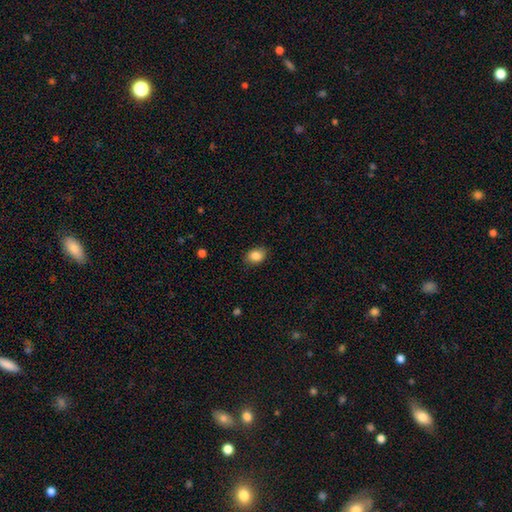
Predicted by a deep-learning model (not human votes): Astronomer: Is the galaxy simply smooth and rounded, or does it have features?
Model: smooth — 86%.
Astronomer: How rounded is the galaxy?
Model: in between — 68%.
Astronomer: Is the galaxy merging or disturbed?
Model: none — 85%.